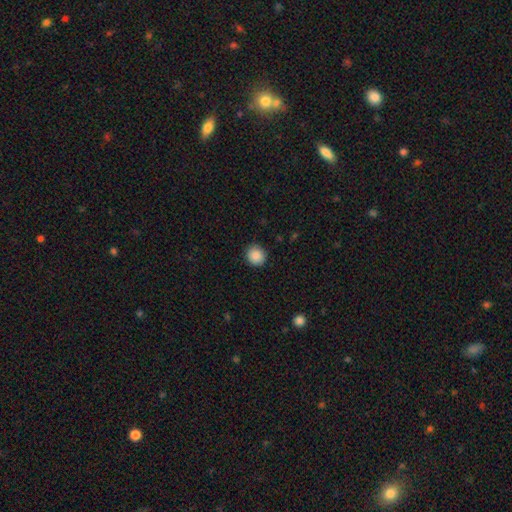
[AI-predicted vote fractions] The model was most divided on "smooth or featured": smooth: 88%, star or artifact: 9%, featured or disk: 4%. More confident: how rounded — round (90%); merging — none (90%).